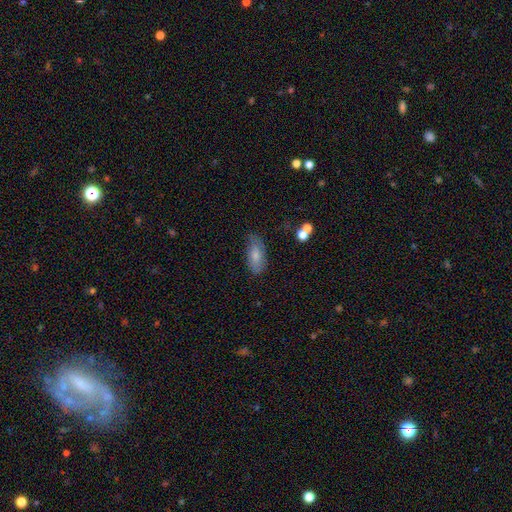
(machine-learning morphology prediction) A smooth galaxy with no disk features (73%) that is in between round and cigar-shaped (88%).

Vote fractions:
- Smooth or featured? smooth: 73% / featured or disk: 19% / star or artifact: 7%
- How rounded? in between: 88% / cigar-shaped: 9% / round: 3%
- Merging? none: 64% / minor disturbance: 27% / major disturbance: 6% / merger: 2%